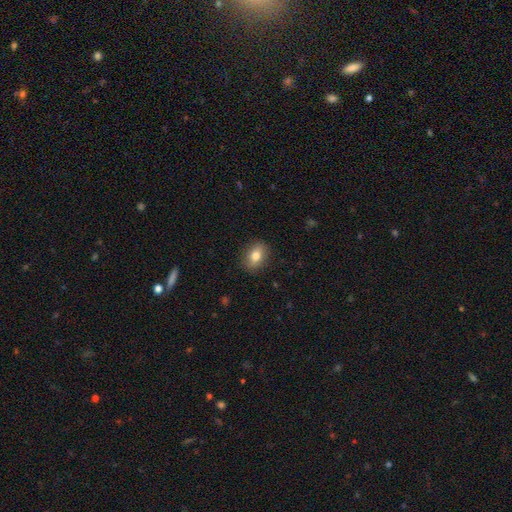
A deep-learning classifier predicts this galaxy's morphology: This is clearly a smooth galaxy (80%). How rounded: likely in between (78%). Merging: clearly none (87%).